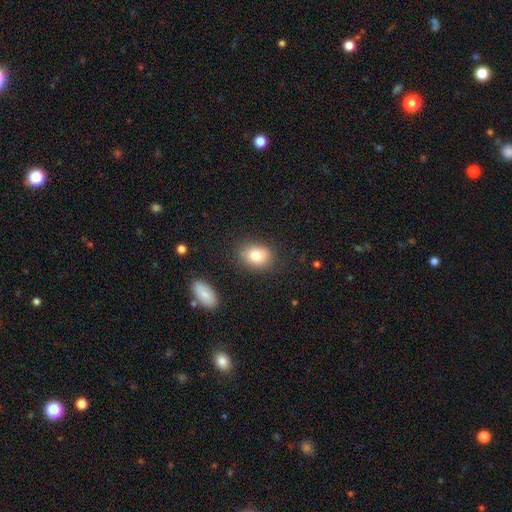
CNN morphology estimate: The model was most divided on "how rounded": in between: 63%, round: 36%, cigar-shaped: 1%. More confident: merging — none (81%); smooth or featured — smooth (81%).